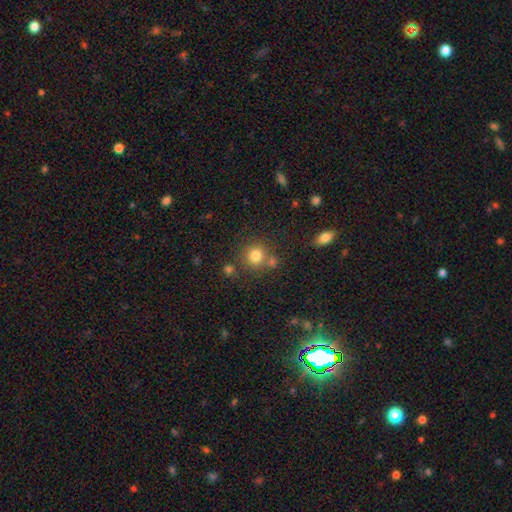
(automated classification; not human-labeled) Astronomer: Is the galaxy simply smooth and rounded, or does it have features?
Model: smooth — 81%.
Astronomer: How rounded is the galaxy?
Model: round — 88%.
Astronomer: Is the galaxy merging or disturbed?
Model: none — 69%.